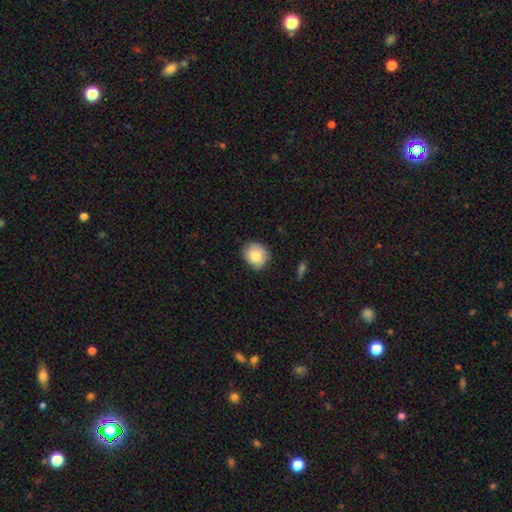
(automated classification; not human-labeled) Smooth or featured: smooth — 81% (featured or disk — 12%)
How rounded: round — 77% (in between — 22%)
Merging: none — 79% (minor disturbance — 17%)